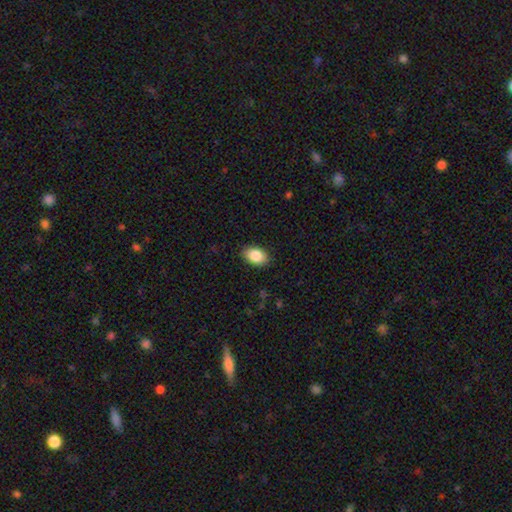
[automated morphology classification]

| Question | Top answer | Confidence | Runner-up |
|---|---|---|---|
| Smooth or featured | smooth | 87% | star or artifact (7%) |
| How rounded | in between | 87% | round (11%) |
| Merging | none | 88% | minor disturbance (9%) |